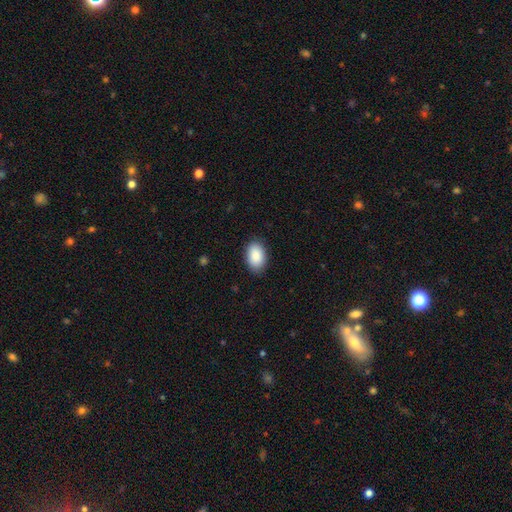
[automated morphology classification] smooth-or-featured: smooth: 90% | star or artifact: 6% | featured or disk: 4%
  how-rounded: in between: 92% | round: 7% | cigar-shaped: 1%
  merging: none: 88% | minor disturbance: 9% | major disturbance: 2% | merger: 1%